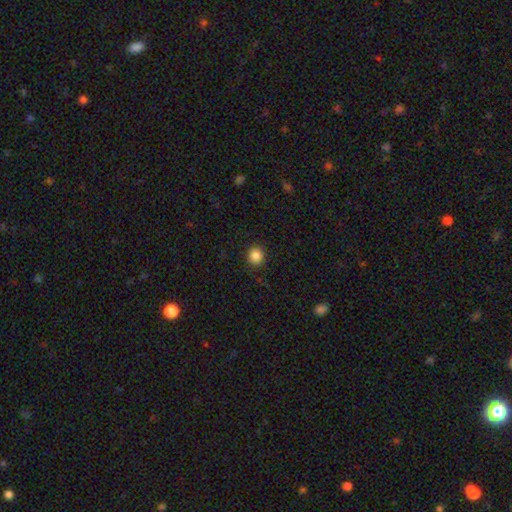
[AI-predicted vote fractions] Morphology: type=smooth (86%); roundness=round (90%); merging=none (91%).